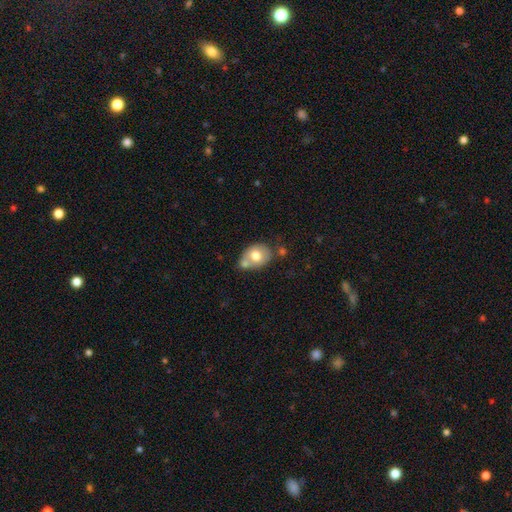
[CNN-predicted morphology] type=smooth (68%); roundness=in between (60%); merging=none (39%).